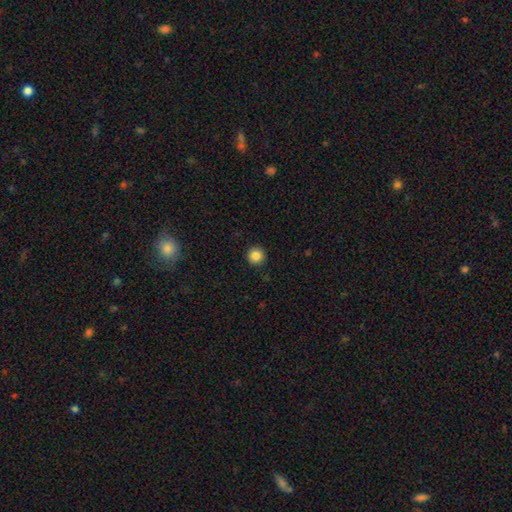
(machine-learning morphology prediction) type=smooth (86%); roundness=round (96%); merging=none (93%).